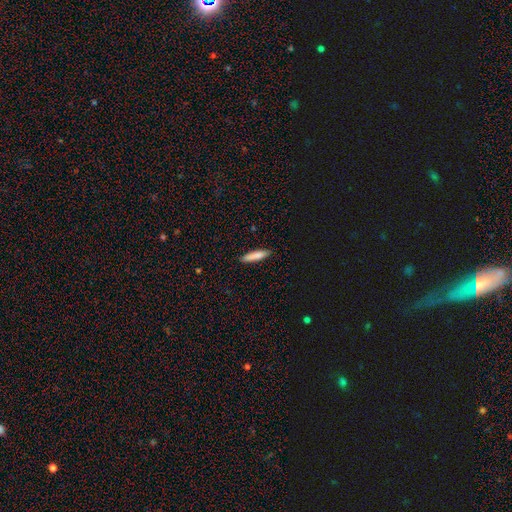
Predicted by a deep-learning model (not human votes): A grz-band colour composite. It shows a smooth galaxy with no disk features (84%) that is cigar-shaped (82%). Merging: none (89%).